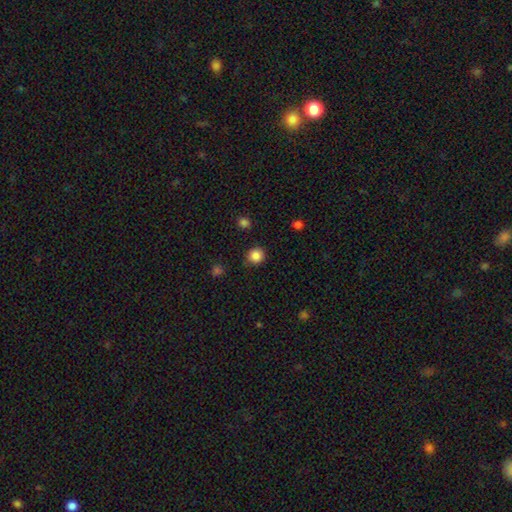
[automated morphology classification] This is clearly a smooth galaxy (85%). How rounded: clearly round (92%). Merging: clearly none (85%).